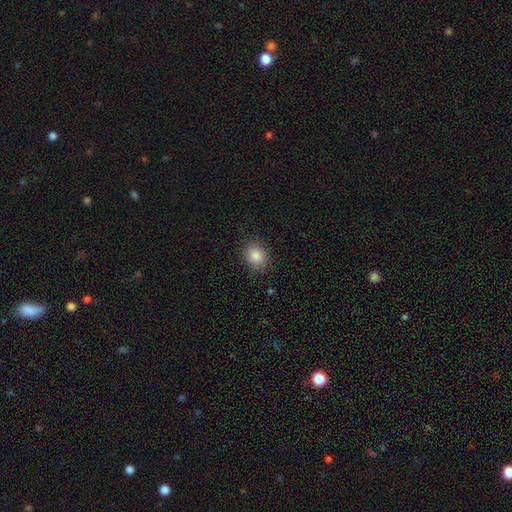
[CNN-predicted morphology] Smooth or featured: smooth — 86% (star or artifact — 10%)
How rounded: round — 60% (in between — 39%)
Merging: none — 88% (minor disturbance — 9%)